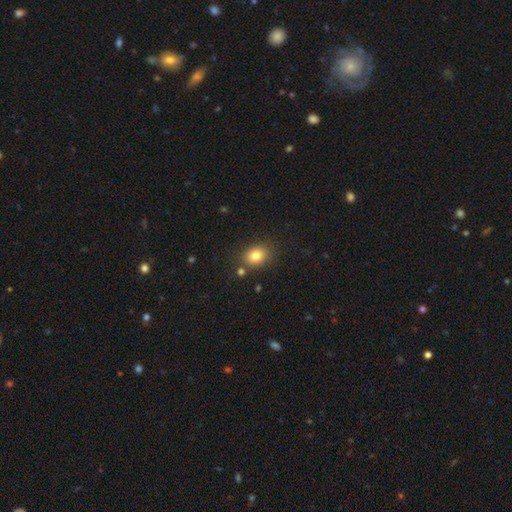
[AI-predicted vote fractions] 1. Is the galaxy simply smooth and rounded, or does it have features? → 82% smooth, 10% star or artifact, 8% featured or disk.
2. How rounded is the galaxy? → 57% in between, 42% round, 1% cigar-shaped.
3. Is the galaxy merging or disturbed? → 79% none, 12% minor disturbance, 6% merger, 3% major disturbance.